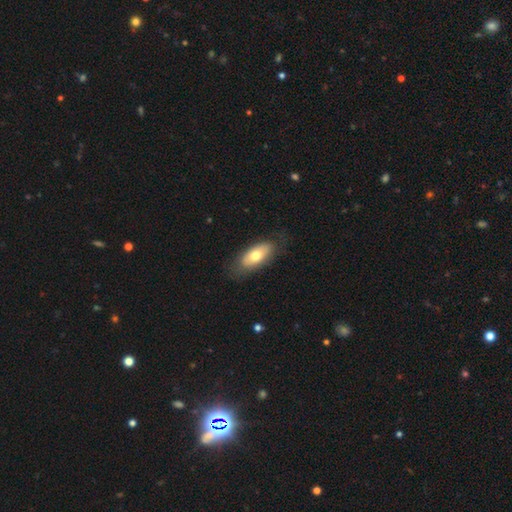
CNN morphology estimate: type=smooth (65%); roundness=in between (87%); merging=none (76%).